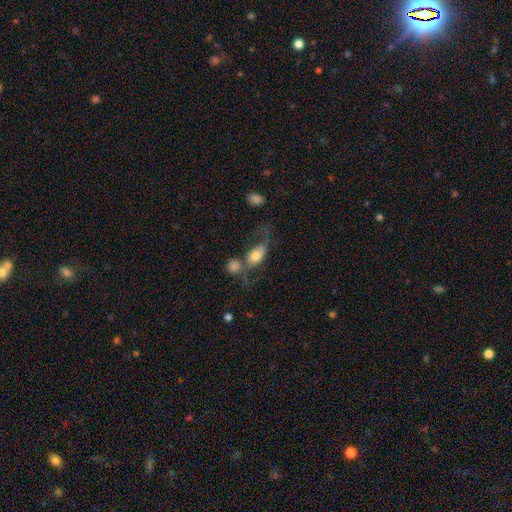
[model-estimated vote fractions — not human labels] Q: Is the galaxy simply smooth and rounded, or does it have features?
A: smooth — 50%.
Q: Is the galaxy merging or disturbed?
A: merger — 32%.